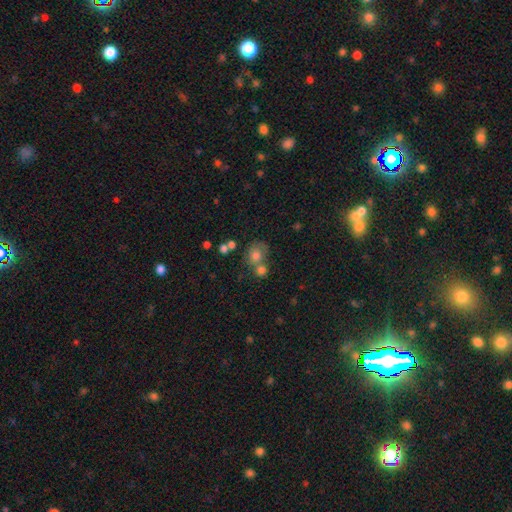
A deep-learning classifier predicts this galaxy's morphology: type=smooth (72%); roundness=round (75%); merging=merger (42%).